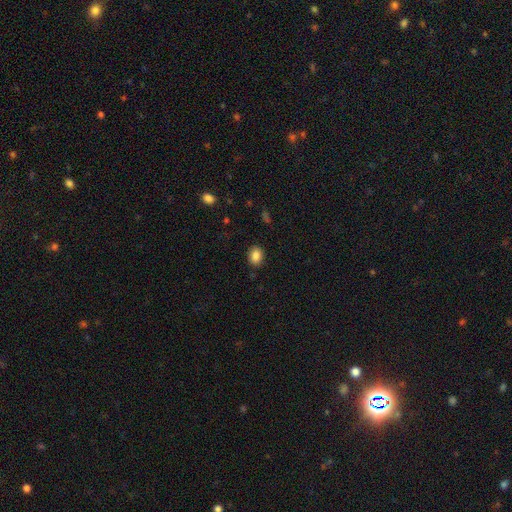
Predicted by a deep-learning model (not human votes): smooth 87%, star or artifact 9%, featured or disk 4%. Down the decision tree: how rounded — in between (59%); merging — none (86%).